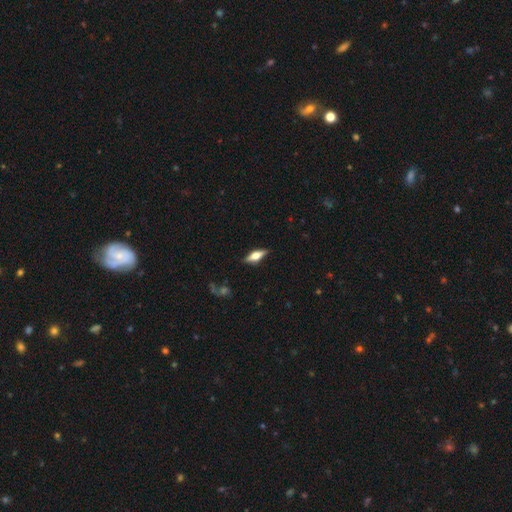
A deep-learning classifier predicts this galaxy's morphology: This is possibly a featured or disk galaxy (57%). It is clearly viewed edge-on (93%). Edge-on bulge: clearly rounded (91%). Merging: clearly none (86%).